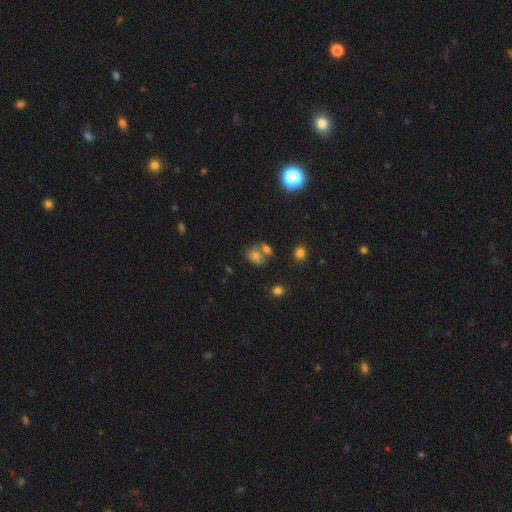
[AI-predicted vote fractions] Q: Smooth or featured?
A: smooth (72%); runner-up: star or artifact (15%)
Q: How rounded?
A: in between (51%); runner-up: round (48%)
Q: Merging?
A: none (45%); runner-up: merger (38%)